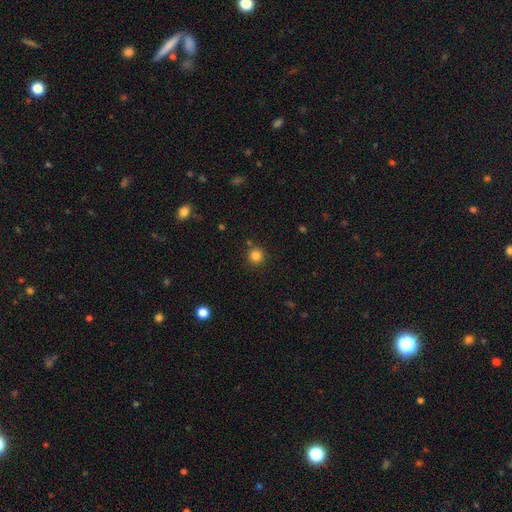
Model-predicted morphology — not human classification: Smooth or featured? Predicted: smooth (p=0.83). How rounded? Predicted: round (p=0.94). Merging? Predicted: none (p=0.86).